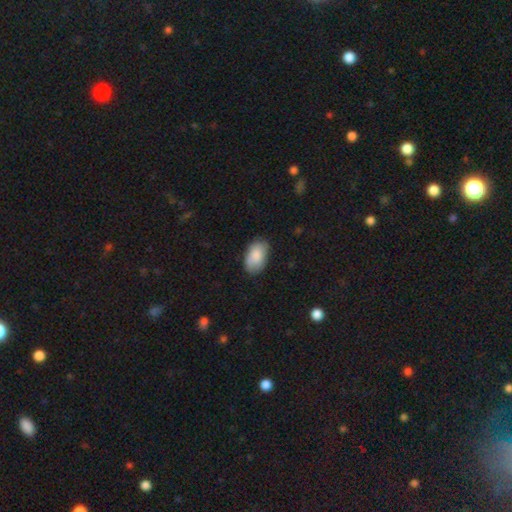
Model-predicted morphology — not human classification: smooth_or_featured: smooth (p=0.85) [alt: featured or disk p=0.09]
how_rounded: in between (p=0.94) [alt: round p=0.05]
merging: none (p=0.76) [alt: minor disturbance p=0.19]